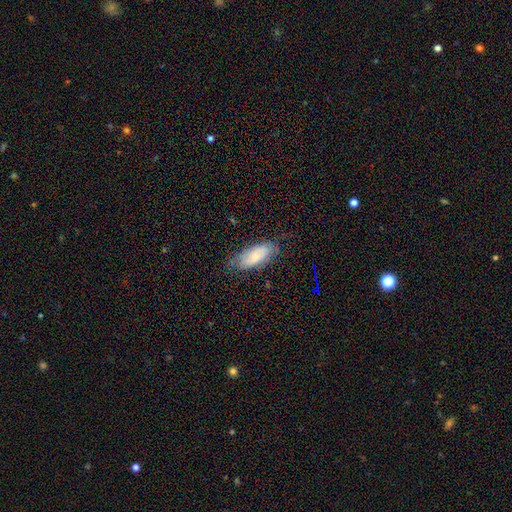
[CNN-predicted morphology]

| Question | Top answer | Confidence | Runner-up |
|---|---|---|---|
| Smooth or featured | smooth | 60% | featured or disk (31%) |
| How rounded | in between | 85% | cigar-shaped (13%) |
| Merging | none | 71% | minor disturbance (22%) |